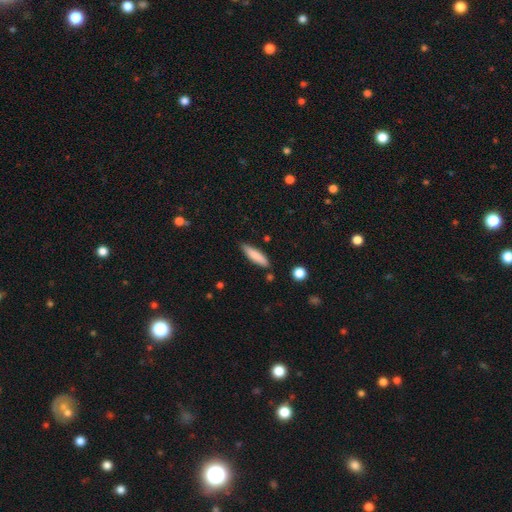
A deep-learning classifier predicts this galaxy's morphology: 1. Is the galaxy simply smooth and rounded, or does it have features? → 83% smooth, 11% featured or disk, 6% star or artifact.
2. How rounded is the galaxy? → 72% cigar-shaped, 27% in between, 1% round.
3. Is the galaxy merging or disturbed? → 83% none, 12% minor disturbance, 3% merger, 2% major disturbance.